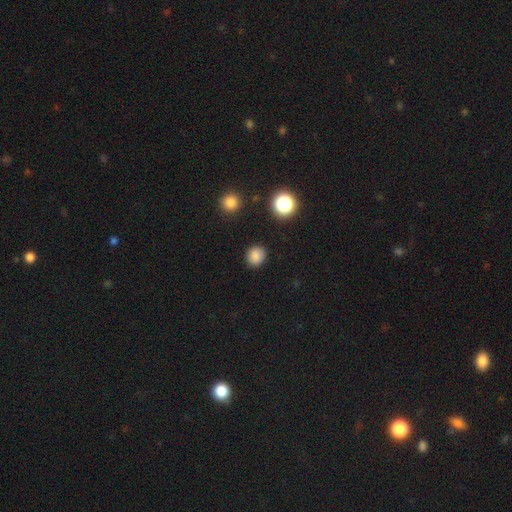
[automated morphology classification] Q: Smooth or featured?
A: smooth (85%); runner-up: star or artifact (12%)
Q: How rounded?
A: round (85%); runner-up: in between (14%)
Q: Merging?
A: none (89%); runner-up: minor disturbance (7%)